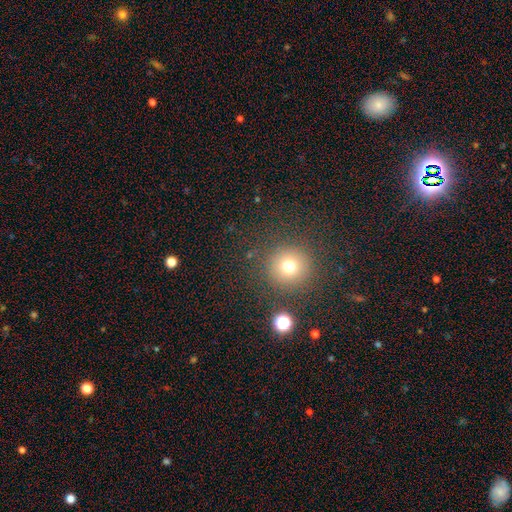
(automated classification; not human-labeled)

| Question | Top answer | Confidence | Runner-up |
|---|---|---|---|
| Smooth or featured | smooth | 50% | star or artifact (43%) |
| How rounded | round | 95% | in between (4%) |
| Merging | none | 88% | minor disturbance (6%) |